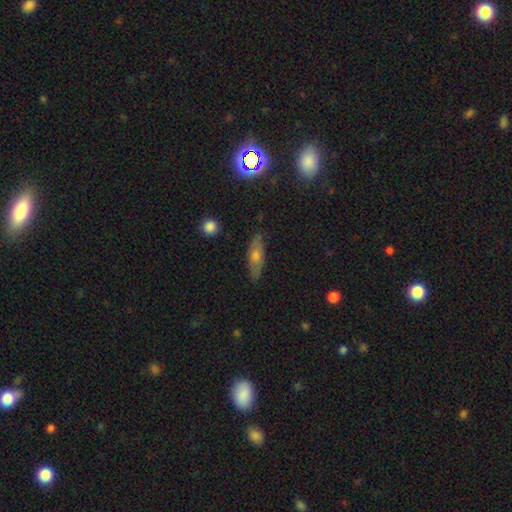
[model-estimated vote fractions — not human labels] Smooth or featured: smooth — 52% (featured or disk — 37%)
How rounded: in between — 48% (cigar-shaped — 47%)
Merging: none — 82% (minor disturbance — 13%)